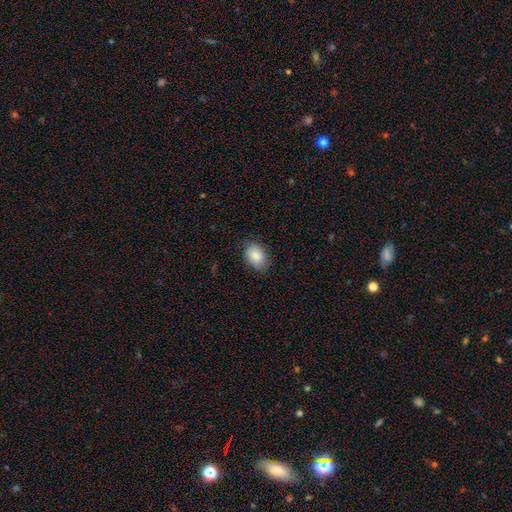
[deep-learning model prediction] Smooth or featured? smooth (87%)
How rounded? in between (83%)
Merging? none (83%)